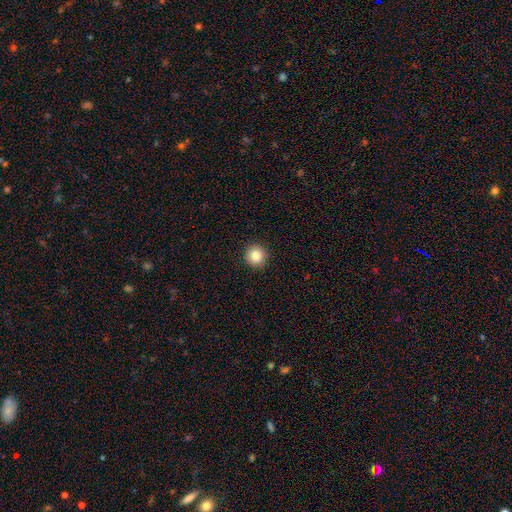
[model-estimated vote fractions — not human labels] Smooth or featured? Predicted: smooth (p=0.85). How rounded? Predicted: round (p=0.96). Merging? Predicted: none (p=0.93).